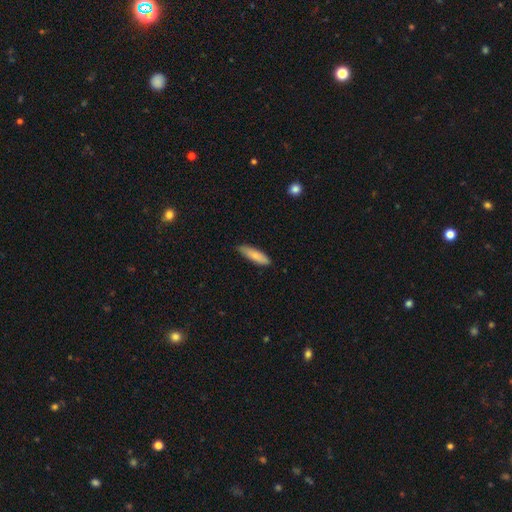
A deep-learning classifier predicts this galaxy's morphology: Overall: smooth (80%). How rounded: cigar-shaped (62%; in between 36%). Merging: none (75%).